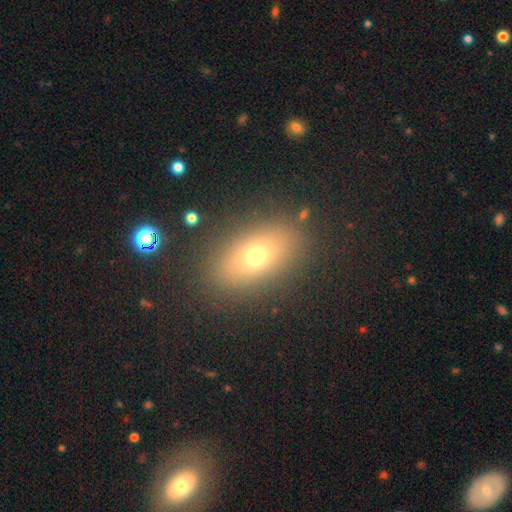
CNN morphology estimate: The model was most divided on "smooth or featured": smooth: 68%, featured or disk: 18%, star or artifact: 14%. More confident: merging — none (85%); how rounded — in between (82%).